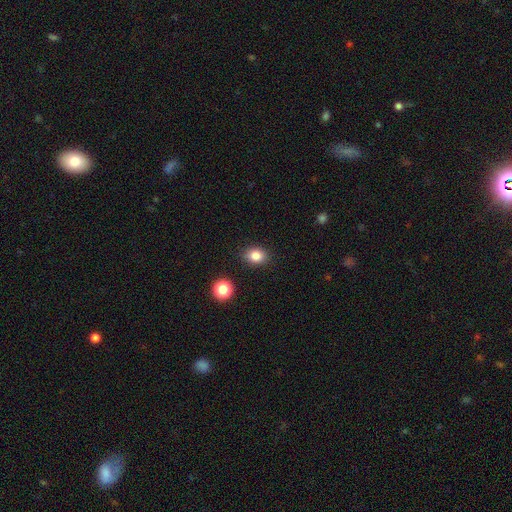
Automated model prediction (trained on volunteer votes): The model was most divided on "how rounded": in between: 61%, round: 38%, cigar-shaped: 1%. More confident: merging — none (87%); smooth or featured — smooth (83%).